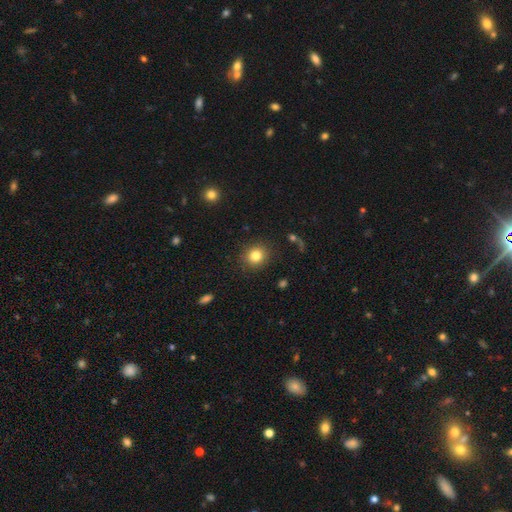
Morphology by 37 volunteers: type=smooth (89%); roundness=round (82%); merging=none (94%).